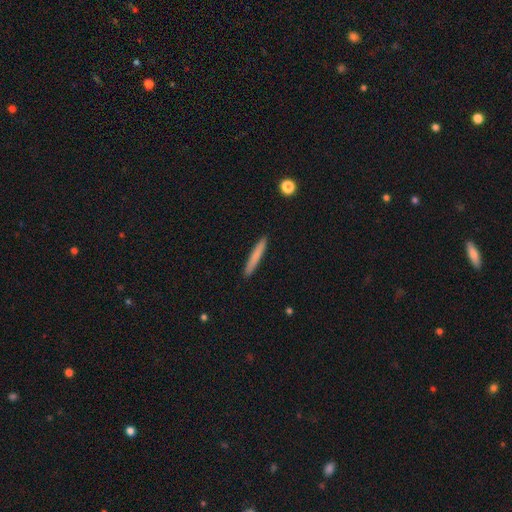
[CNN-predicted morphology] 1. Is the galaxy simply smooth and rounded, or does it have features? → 75% smooth, 19% featured or disk, 6% star or artifact.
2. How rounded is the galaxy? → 96% cigar-shaped, 3% in between, 1% round.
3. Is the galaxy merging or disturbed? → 92% none, 6% minor disturbance, 1% major disturbance, 1% merger.